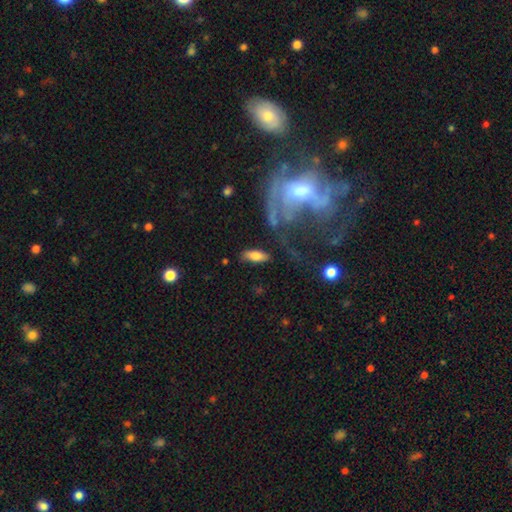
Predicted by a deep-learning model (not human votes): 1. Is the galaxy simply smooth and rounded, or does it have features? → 74% smooth, 19% featured or disk, 7% star or artifact.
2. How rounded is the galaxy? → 75% in between, 22% cigar-shaped, 3% round.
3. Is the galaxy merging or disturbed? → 75% none, 15% minor disturbance, 6% major disturbance, 4% merger.